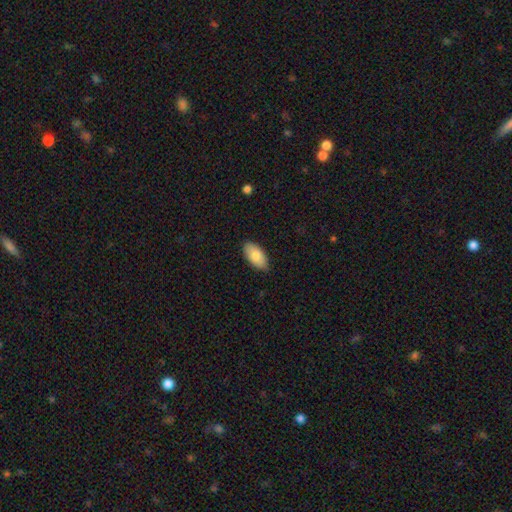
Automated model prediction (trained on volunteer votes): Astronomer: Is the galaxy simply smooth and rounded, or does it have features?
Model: smooth — 83%.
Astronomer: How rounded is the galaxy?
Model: in between — 95%.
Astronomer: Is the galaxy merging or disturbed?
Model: none — 84%.